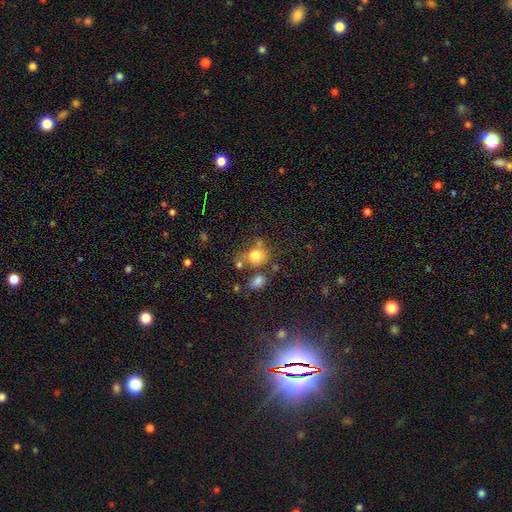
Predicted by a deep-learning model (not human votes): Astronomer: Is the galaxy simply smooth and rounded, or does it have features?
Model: smooth — 76%.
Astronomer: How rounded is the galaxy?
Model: round — 73%.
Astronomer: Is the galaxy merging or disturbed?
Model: none — 52%.